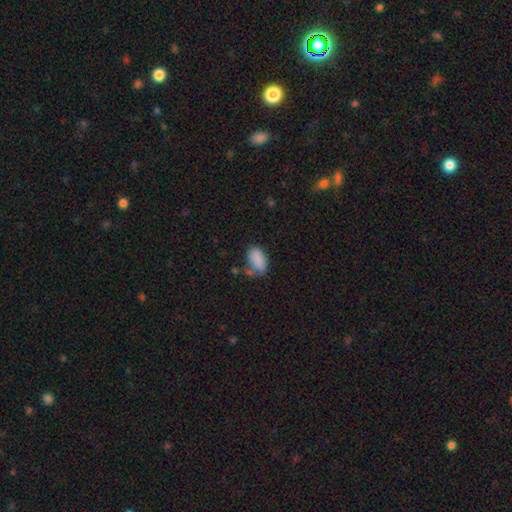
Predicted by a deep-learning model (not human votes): Smooth or featured? smooth (85%)
How rounded? in between (92%)
Merging? none (56%)